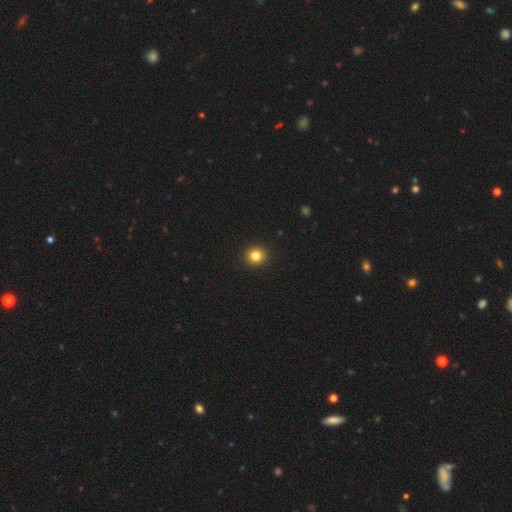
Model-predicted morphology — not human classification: This is clearly a smooth galaxy (83%). How rounded: clearly round (90%). Merging: clearly none (93%).